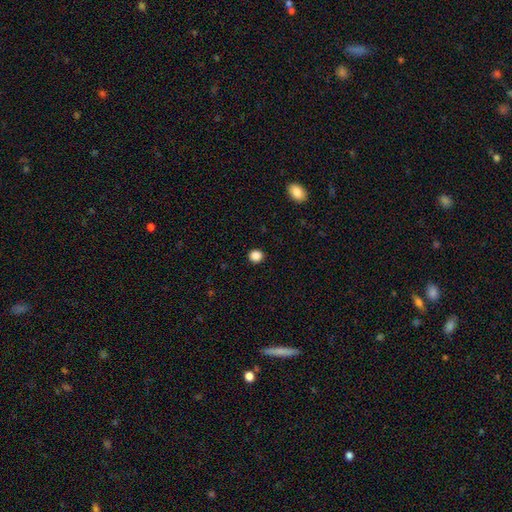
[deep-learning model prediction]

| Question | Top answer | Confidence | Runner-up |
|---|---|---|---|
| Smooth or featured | smooth | 86% | star or artifact (11%) |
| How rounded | round | 91% | in between (8%) |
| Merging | none | 93% | minor disturbance (5%) |